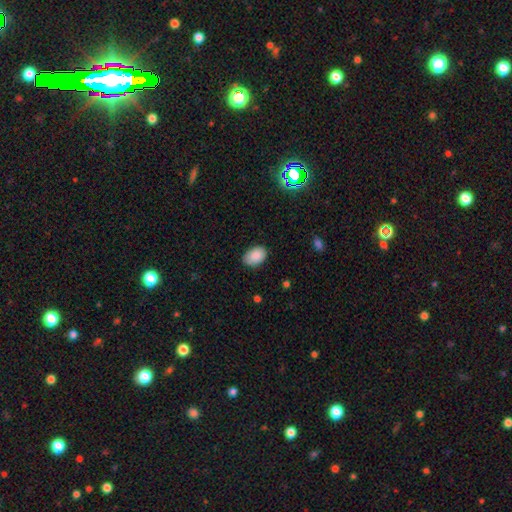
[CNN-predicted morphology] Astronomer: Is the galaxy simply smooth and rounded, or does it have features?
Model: smooth — 88%.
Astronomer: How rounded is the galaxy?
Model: in between — 85%.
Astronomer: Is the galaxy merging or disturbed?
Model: none — 83%.